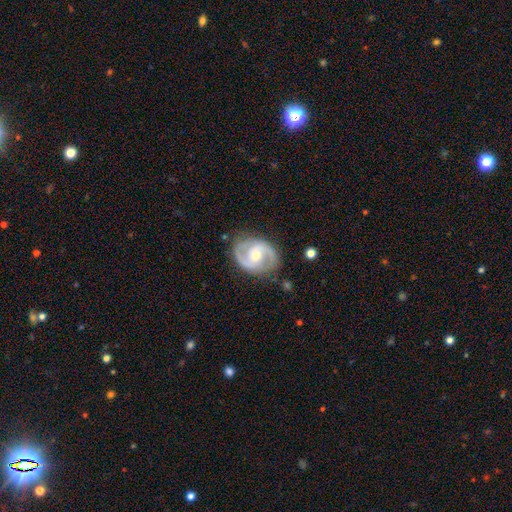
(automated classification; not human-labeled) Smooth or featured?
  - featured or disk: 89% *
  - smooth: 7%
  - star or artifact: 4%
Edge-on disk?
  - no: 98% *
  - yes: 2%
Bar?
  - no: 48% *
  - weak: 39%
  - strong: 12%
Spiral arms?
  - yes: 96% *
  - no: 4%
Spiral winding?
  - medium: 58% *
  - tight: 26%
  - loose: 16%
Spiral arm count?
  - 2: 93% *
  - can't tell: 3%
  - 3: 1%
  - 1: 1%
  - 4: 1%
  - more than 4: 1%
Bulge size?
  - moderate: 58% *
  - small: 38%
  - large: 2%
  - none: 1%
  - dominant: 1%
Merging?
  - none: 82% *
  - minor disturbance: 13%
  - major disturbance: 4%
  - merger: 1%